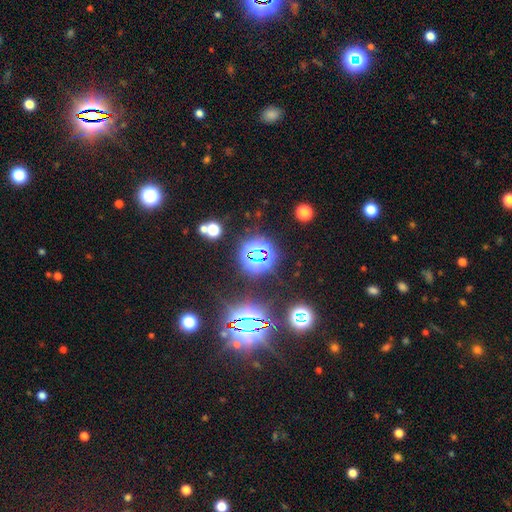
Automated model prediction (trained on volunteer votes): Smooth or featured: star or artifact — 77% (smooth — 15%)